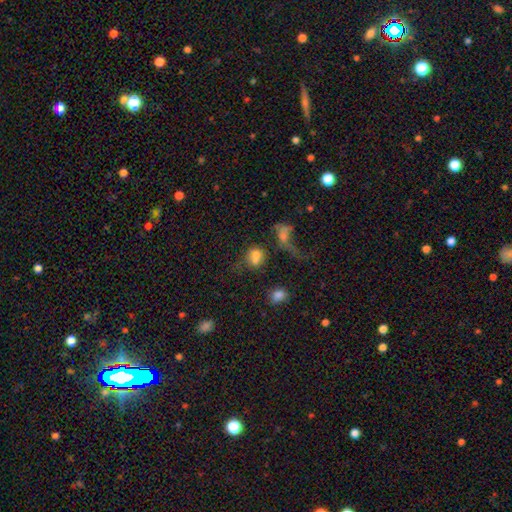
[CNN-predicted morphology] A smooth galaxy with no disk features (67%) that is round (64%). Merging: merger (48%).